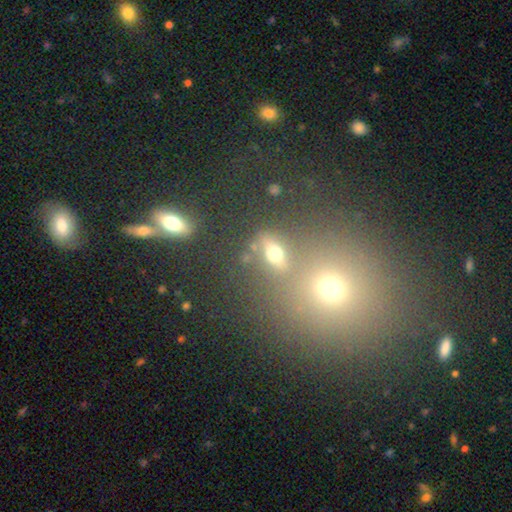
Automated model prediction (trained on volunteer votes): Q: Smooth or featured?
A: smooth (51%); runner-up: star or artifact (31%)
Q: How rounded?
A: round (56%); runner-up: in between (39%)
Q: Merging?
A: none (53%); runner-up: merger (30%)